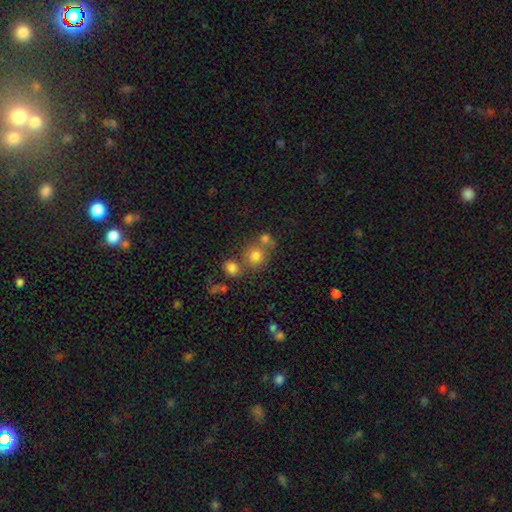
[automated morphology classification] type=smooth (74%); roundness=round (84%); merging=none (57%).